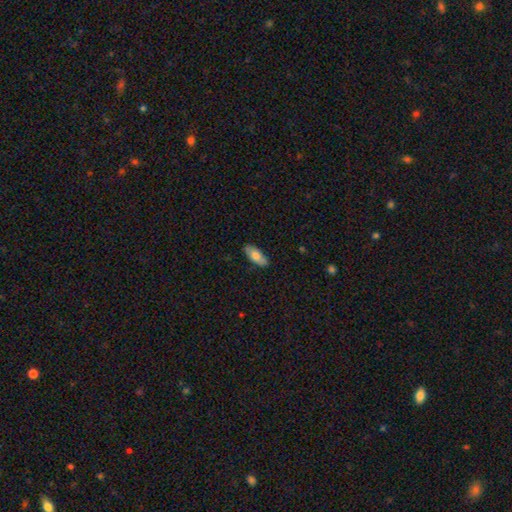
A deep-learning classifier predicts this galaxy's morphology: Smooth or featured: smooth — 74% (featured or disk — 21%)
How rounded: in between — 83% (cigar-shaped — 15%)
Merging: none — 87% (minor disturbance — 10%)